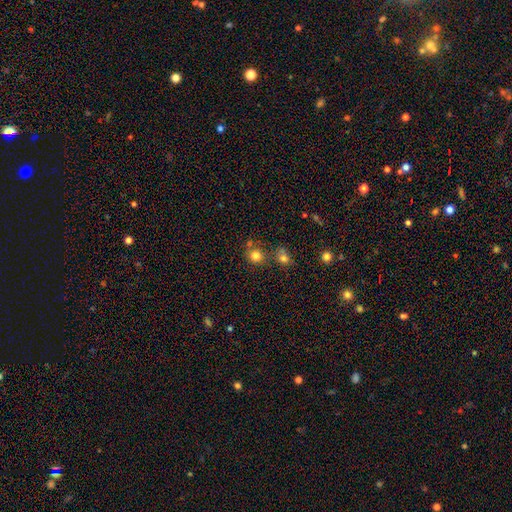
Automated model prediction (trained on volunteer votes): smooth-or-featured: smooth: 80% | star or artifact: 14% | featured or disk: 6%
  how-rounded: round: 86% | in between: 13% | cigar-shaped: 1%
  merging: none: 66% | merger: 19% | minor disturbance: 11% | major disturbance: 4%